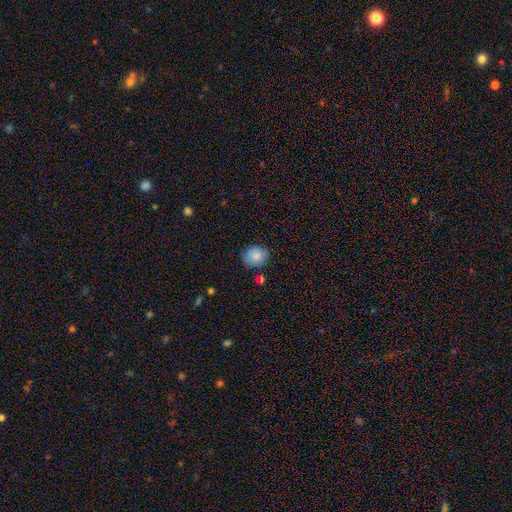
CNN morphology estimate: Smooth or featured? Predicted: smooth (p=0.86). How rounded? Predicted: round (p=0.70). Merging? Predicted: none (p=0.79).